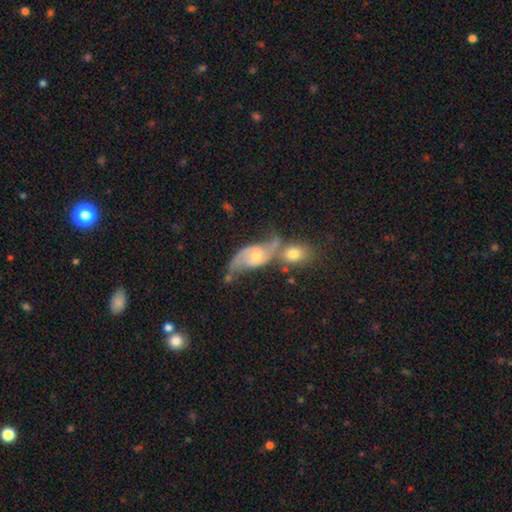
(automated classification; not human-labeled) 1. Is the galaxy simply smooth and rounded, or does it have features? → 81% featured or disk, 11% smooth, 8% star or artifact.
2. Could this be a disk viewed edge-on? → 95% no, 5% yes.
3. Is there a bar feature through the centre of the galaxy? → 56% no, 35% weak, 9% strong.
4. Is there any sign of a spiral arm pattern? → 94% yes, 6% no.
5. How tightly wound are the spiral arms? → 48% loose, 39% medium, 13% tight.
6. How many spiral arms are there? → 89% 2, 5% can't tell, 3% 1, 1% 3, 1% 4, 1% more than 4.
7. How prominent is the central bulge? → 48% small, 44% moderate, 3% large, 3% none, 1% dominant.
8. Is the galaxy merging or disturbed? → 37% merger (tied), 37% none (tied), 15% minor disturbance, 11% major disturbance.